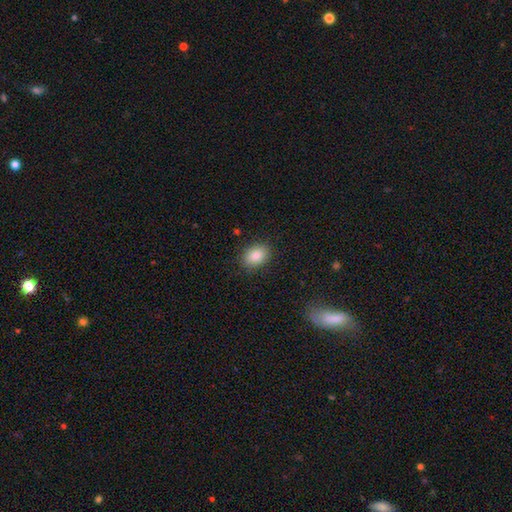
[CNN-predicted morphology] This appears to be a smooth galaxy with no disk features (87%) that is in between round and cigar-shaped (72%). Merging: none (86%).